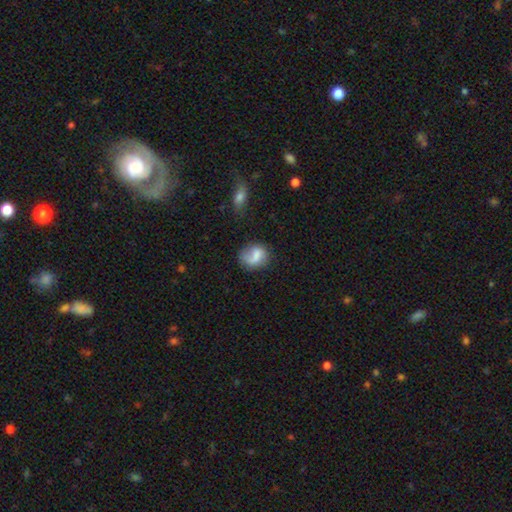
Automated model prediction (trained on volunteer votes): A smooth galaxy with no disk features (65%) that is round (54%).

Vote fractions:
- Smooth or featured? smooth: 65% / featured or disk: 27% / star or artifact: 8%
- How rounded? round: 54% / in between: 45% / cigar-shaped: 1%
- Merging? none: 54% / minor disturbance: 26% / major disturbance: 15% / merger: 5%